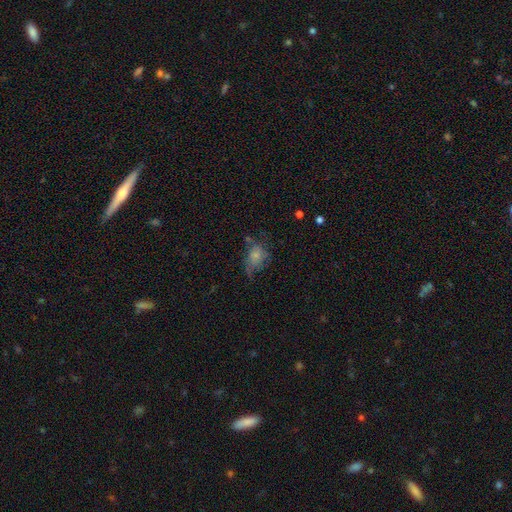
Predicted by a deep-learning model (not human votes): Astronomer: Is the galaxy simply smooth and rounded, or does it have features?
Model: smooth — 57%.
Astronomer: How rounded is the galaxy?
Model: in between — 68%.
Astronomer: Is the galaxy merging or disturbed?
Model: none — 34% (runner-up: major disturbance, 32%).